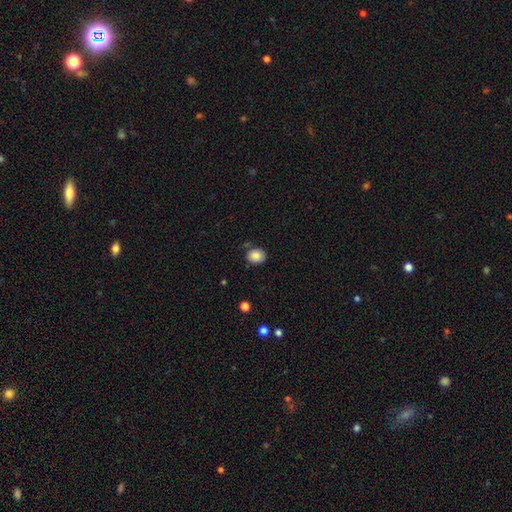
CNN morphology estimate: Smooth or featured? Predicted: smooth (p=0.85). How rounded? Predicted: round (p=0.52). Merging? Predicted: none (p=0.79).